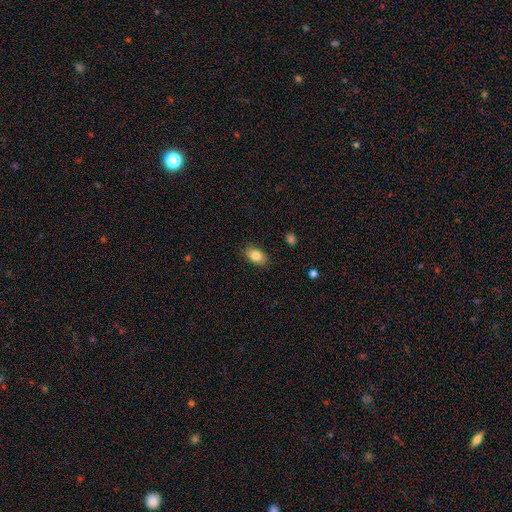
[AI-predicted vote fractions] smooth_or_featured: smooth (p=0.85) [alt: star or artifact p=0.08]
how_rounded: in between (p=0.88) [alt: round p=0.10]
merging: none (p=0.86) [alt: minor disturbance p=0.10]